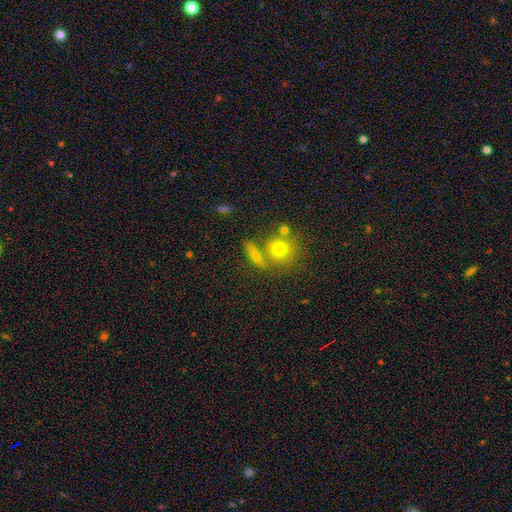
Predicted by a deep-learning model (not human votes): Smooth or featured: smooth — 63% (featured or disk — 22%)
How rounded: cigar-shaped — 39% (in between — 35%)
Merging: none — 60% (merger — 24%)